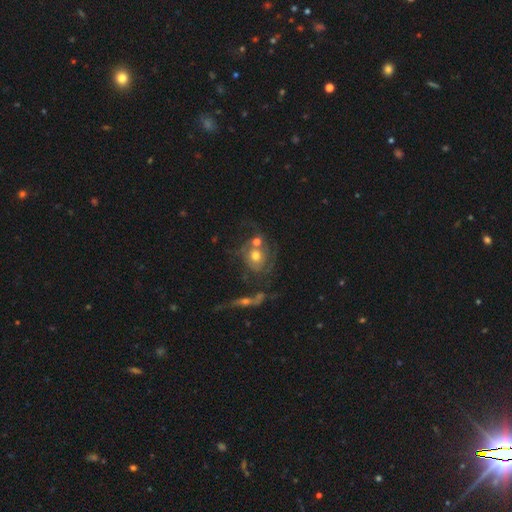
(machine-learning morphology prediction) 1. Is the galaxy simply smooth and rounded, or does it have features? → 60% featured or disk, 29% smooth, 11% star or artifact.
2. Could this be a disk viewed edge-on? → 94% no, 6% yes.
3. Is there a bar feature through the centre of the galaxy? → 83% no, 14% weak, 4% strong.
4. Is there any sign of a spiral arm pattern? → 68% yes, 32% no.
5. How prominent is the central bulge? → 67% moderate, 17% small, 12% large, 2% none, 2% dominant.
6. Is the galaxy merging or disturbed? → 35% none, 32% merger, 18% major disturbance, 14% minor disturbance.